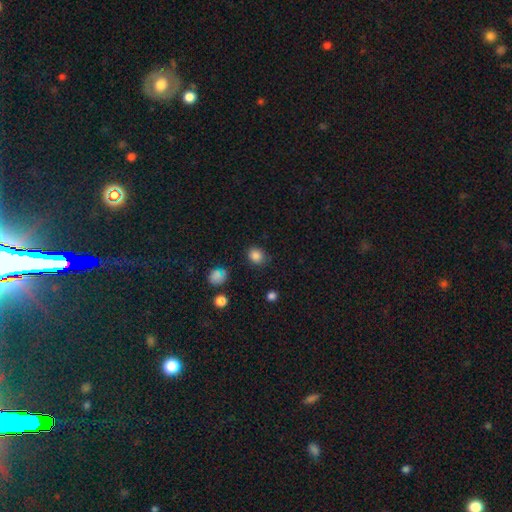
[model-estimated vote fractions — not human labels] The model was most divided on "how rounded": round: 64%, in between: 35%, cigar-shaped: 1%. More confident: smooth or featured — smooth (83%); merging — none (82%).